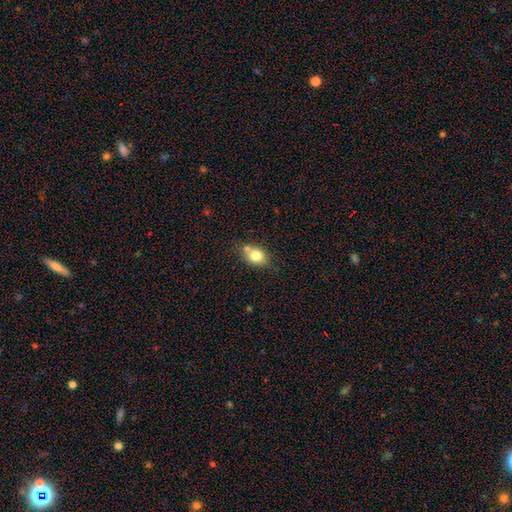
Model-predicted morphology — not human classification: Smooth or featured? Predicted: smooth (p=0.77). How rounded? Predicted: in between (p=0.64). Merging? Predicted: none (p=0.58).